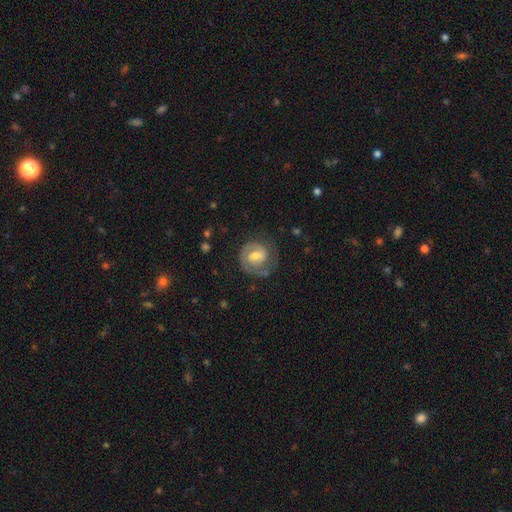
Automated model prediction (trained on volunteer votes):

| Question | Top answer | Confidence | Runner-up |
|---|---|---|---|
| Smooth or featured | featured or disk | 73% | smooth (21%) |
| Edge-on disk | no | 98% | yes (2%) |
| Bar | weak | 52% | no (32%) |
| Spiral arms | yes | 90% | no (10%) |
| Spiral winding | tight | 57% | medium (33%) |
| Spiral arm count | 2 | 53% | 1 (31%) |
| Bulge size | moderate | 54% | small (32%) |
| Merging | none | 66% | minor disturbance (19%) |